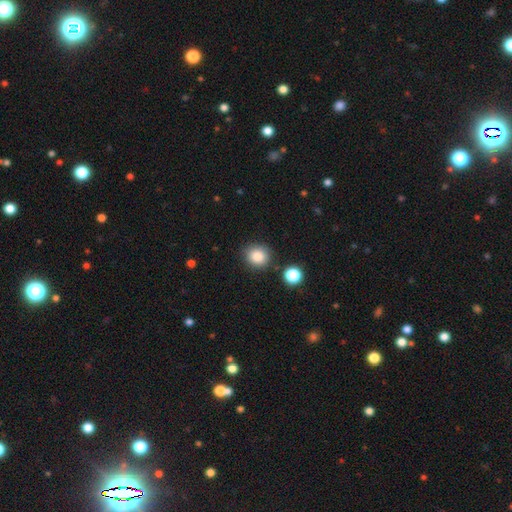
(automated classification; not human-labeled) Morphology: type=smooth (85%); roundness=round (82%); merging=none (83%).